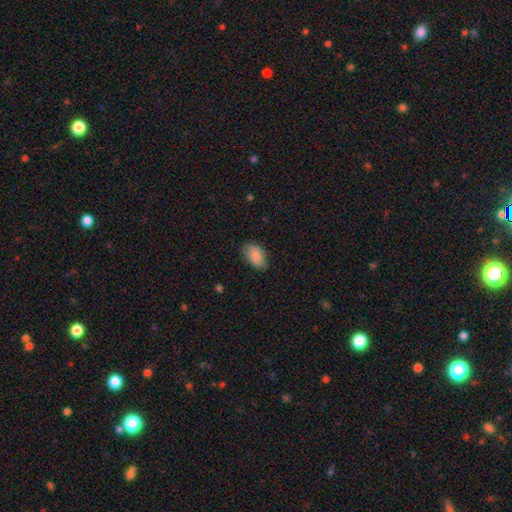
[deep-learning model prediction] This is clearly a smooth galaxy (86%). How rounded: clearly in between (92%). Merging: likely none (79%).